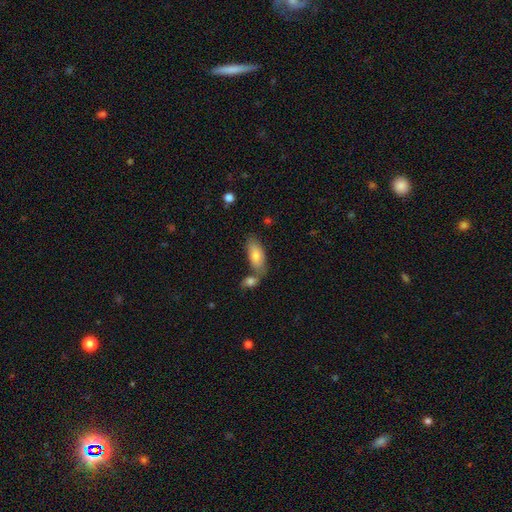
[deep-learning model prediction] This appears to be a smooth galaxy with no disk features (75%) that is in between round and cigar-shaped (86%). Merging: none (54%).